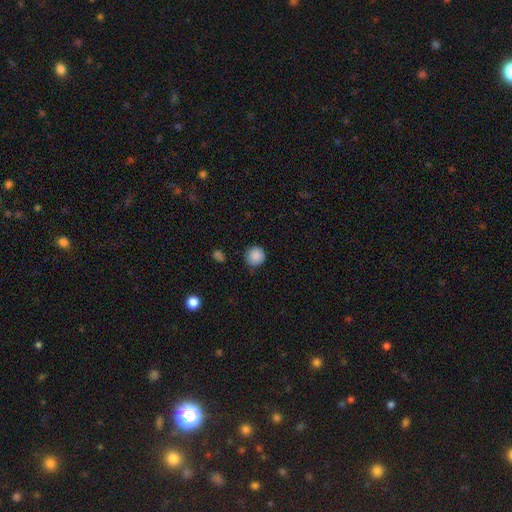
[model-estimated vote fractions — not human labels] Q: Smooth or featured?
A: smooth (88%); runner-up: star or artifact (9%)
Q: How rounded?
A: round (93%); runner-up: in between (6%)
Q: Merging?
A: none (82%); runner-up: minor disturbance (13%)